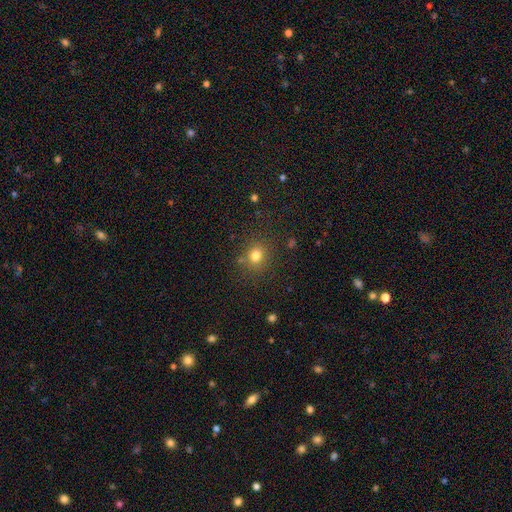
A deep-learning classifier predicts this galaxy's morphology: This is likely a smooth galaxy (77%). How rounded: likely round (79%). Merging: clearly none (81%).